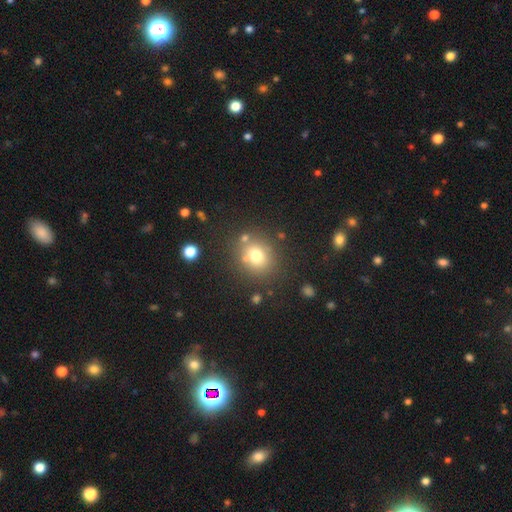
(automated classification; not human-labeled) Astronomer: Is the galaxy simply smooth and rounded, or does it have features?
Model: smooth — 72%.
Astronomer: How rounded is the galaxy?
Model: round — 71%.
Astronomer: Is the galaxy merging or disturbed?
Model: none — 75%.